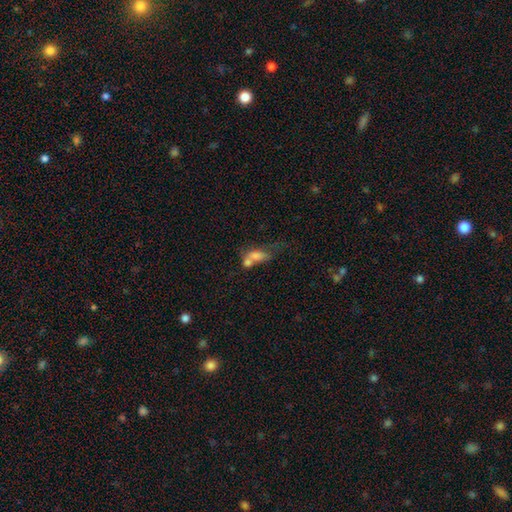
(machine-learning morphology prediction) type=smooth (66%); roundness=in between (75%); merging=merger (58%).